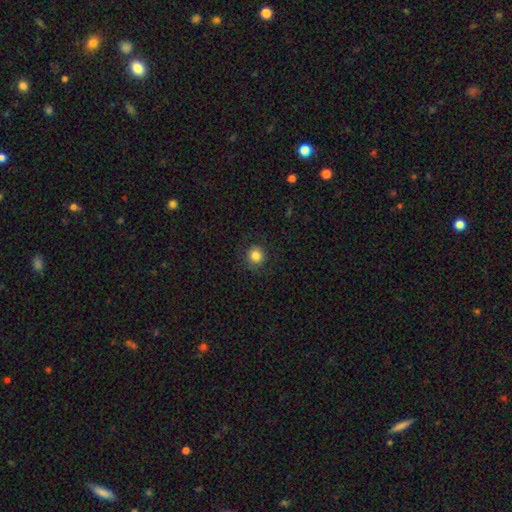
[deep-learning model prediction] Morphology: type=smooth (84%); roundness=round (92%); merging=none (88%).